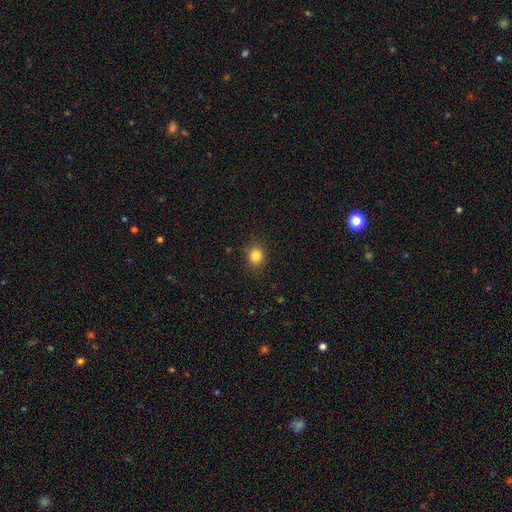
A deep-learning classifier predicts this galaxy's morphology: The model was most divided on "how rounded": round: 76%, in between: 23%, cigar-shaped: 1%. More confident: merging — none (87%); smooth or featured — smooth (83%).